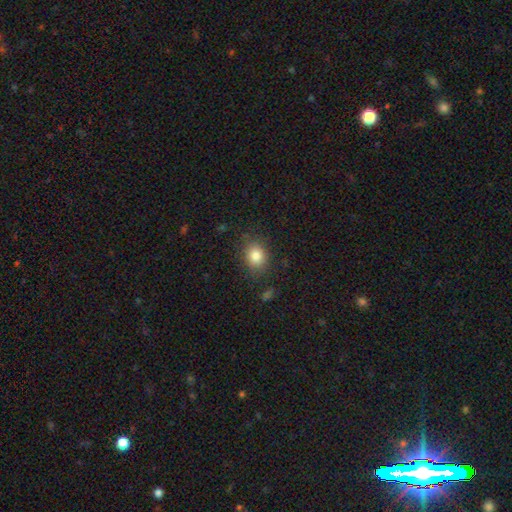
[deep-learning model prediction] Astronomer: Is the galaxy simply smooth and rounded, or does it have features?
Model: smooth — 83%.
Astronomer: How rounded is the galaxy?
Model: round — 49%, tied with in between at 49%.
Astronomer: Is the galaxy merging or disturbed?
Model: none — 82%.